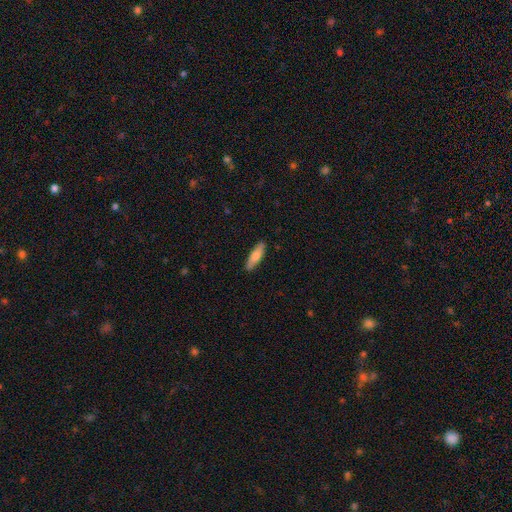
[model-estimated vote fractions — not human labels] This is likely a smooth galaxy (72%). How rounded: likely cigar-shaped (64%). Merging: clearly none (88%).